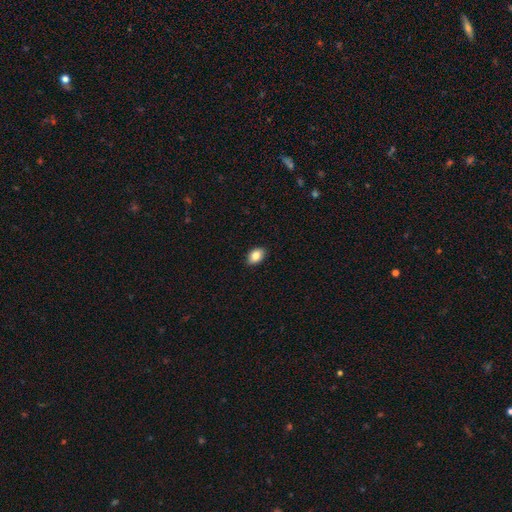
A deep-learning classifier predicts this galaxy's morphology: smooth-or-featured: smooth: 83% | featured or disk: 9% | star or artifact: 8%
  how-rounded: in between: 84% | round: 14% | cigar-shaped: 1%
  merging: none: 90% | minor disturbance: 8% | major disturbance: 2% | merger: 1%